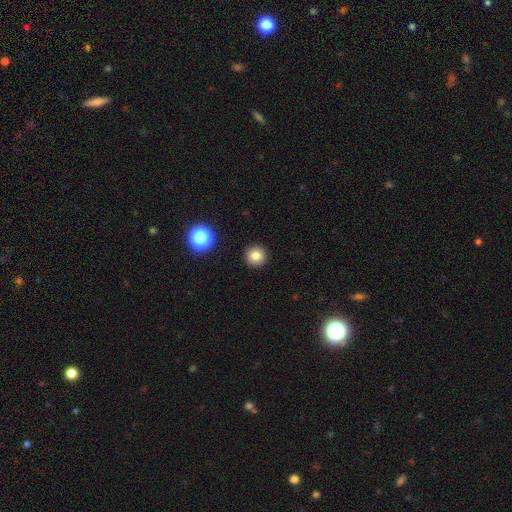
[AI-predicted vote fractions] A smooth galaxy with no disk features (82%) that is round (95%).

Vote fractions:
- Smooth or featured? smooth: 82% / star or artifact: 13% / featured or disk: 6%
- How rounded? round: 95% / in between: 4% / cigar-shaped: 1%
- Merging? none: 92% / minor disturbance: 5% / major disturbance: 2% / merger: 1%